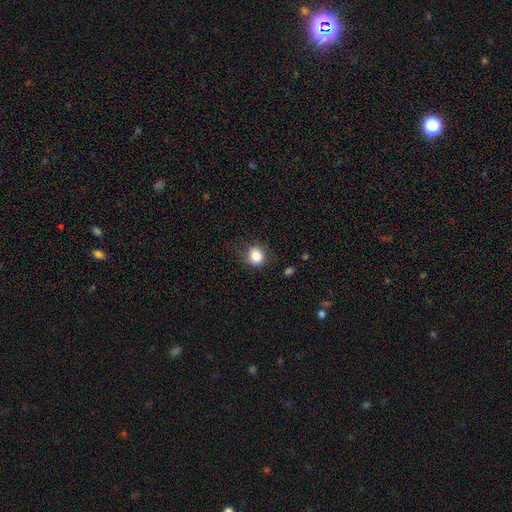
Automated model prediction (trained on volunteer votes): smooth 83%, star or artifact 10%, featured or disk 7%. Down the decision tree: how rounded — round (79%); merging — none (82%).